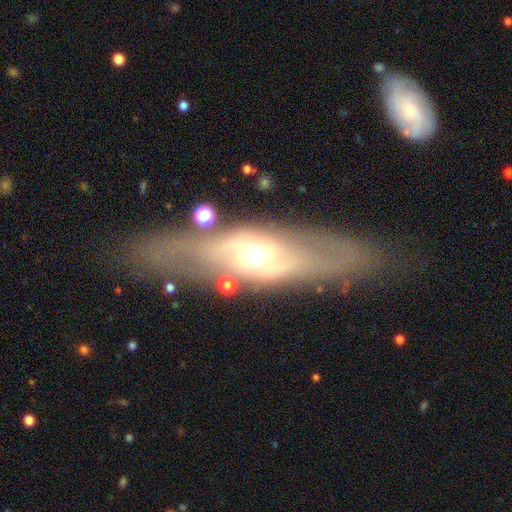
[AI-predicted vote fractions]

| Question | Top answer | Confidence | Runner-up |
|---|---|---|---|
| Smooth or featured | featured or disk | 69% | smooth (23%) |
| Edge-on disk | no | 70% | yes (30%) |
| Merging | none | 71% | minor disturbance (15%) |